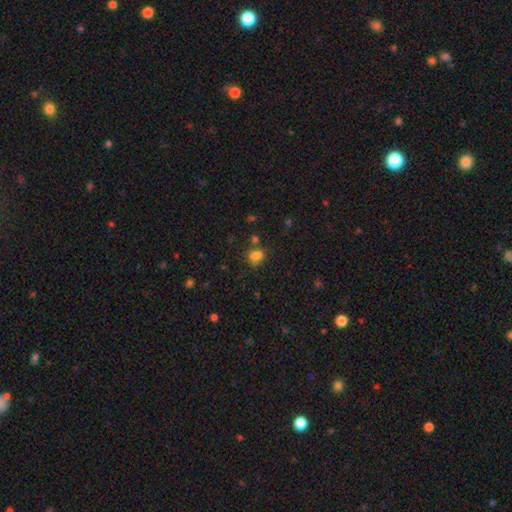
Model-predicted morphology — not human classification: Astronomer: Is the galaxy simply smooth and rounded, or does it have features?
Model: smooth — 77%.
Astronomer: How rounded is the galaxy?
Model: in between — 51% (runner-up: round, 47%).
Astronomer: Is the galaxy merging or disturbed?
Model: none — 52%.